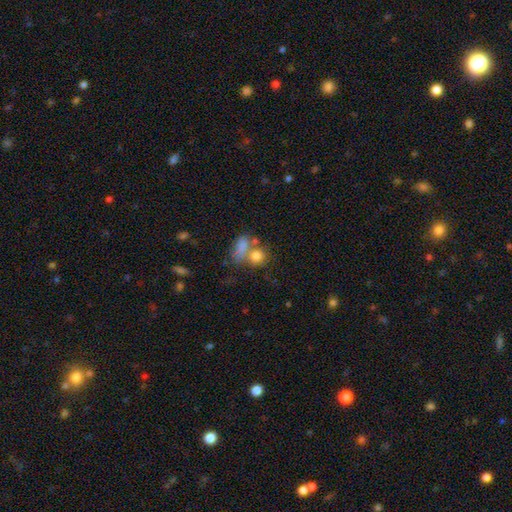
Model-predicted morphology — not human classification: The model was most divided on "merging": merger: 44%, none: 37%, minor disturbance: 11%, major disturbance: 8%. More confident: smooth or featured — smooth (77%); how rounded — round (62%).